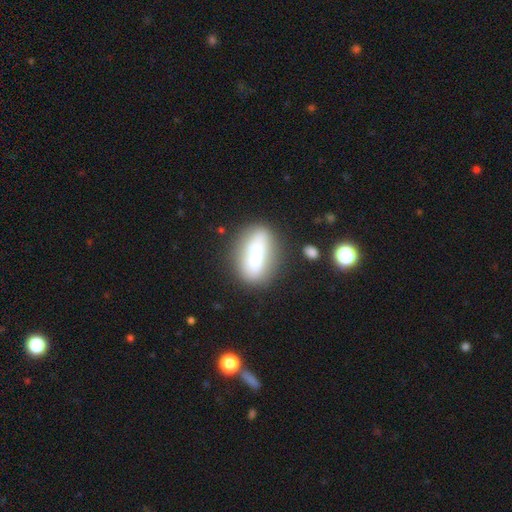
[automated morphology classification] type=smooth (58%); roundness=in between (75%); merging=none (53%).